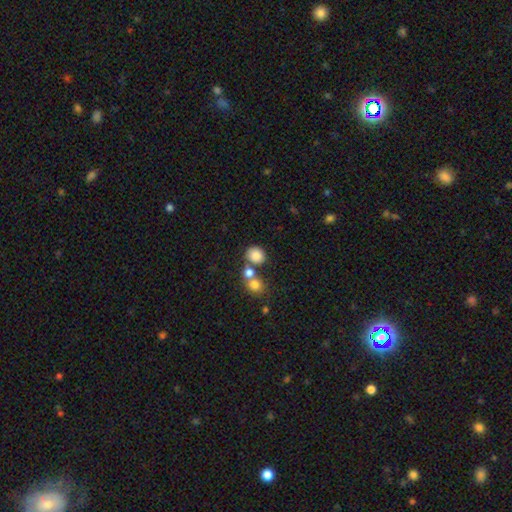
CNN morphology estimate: Smooth or featured?
  - smooth: 82% *
  - star or artifact: 11%
  - featured or disk: 7%
How rounded?
  - round: 78% *
  - in between: 21%
  - cigar-shaped: 1%
Merging?
  - none: 58% *
  - merger: 28%
  - minor disturbance: 10%
  - major disturbance: 4%